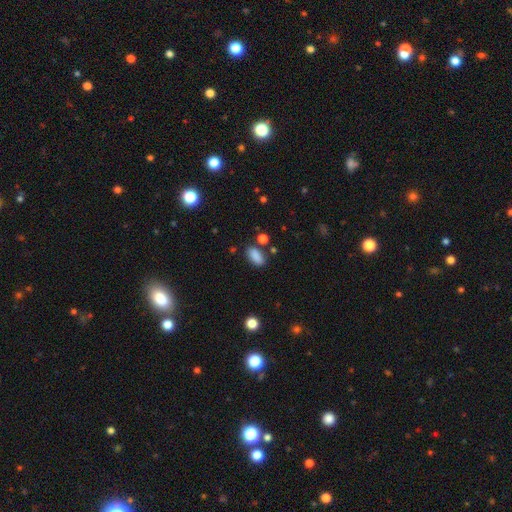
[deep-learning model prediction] This is clearly a smooth galaxy (87%). How rounded: clearly in between (90%). Merging: likely none (79%).